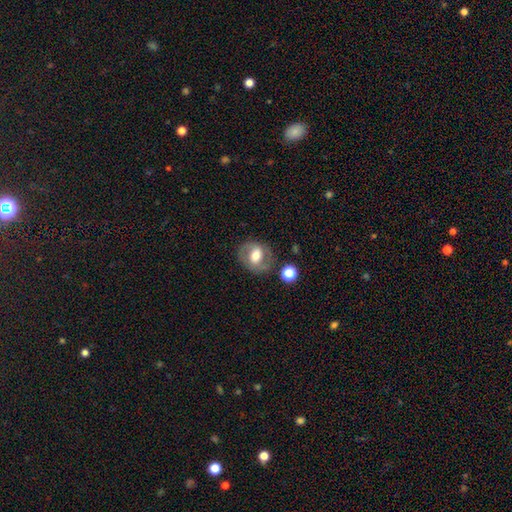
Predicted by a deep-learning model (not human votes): featured or disk 51%, smooth 41%, star or artifact 8%. Down the decision tree: edge-on disk — no (95%); merging — none (75%).